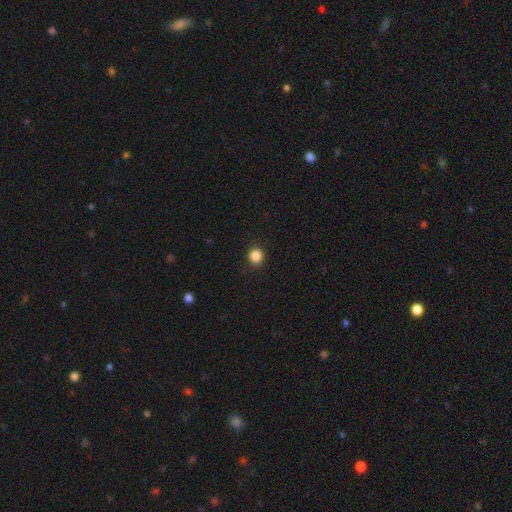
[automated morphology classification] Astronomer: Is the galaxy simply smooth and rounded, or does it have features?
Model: smooth — 86%.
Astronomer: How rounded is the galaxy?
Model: round — 93%.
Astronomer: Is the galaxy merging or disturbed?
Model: none — 92%.